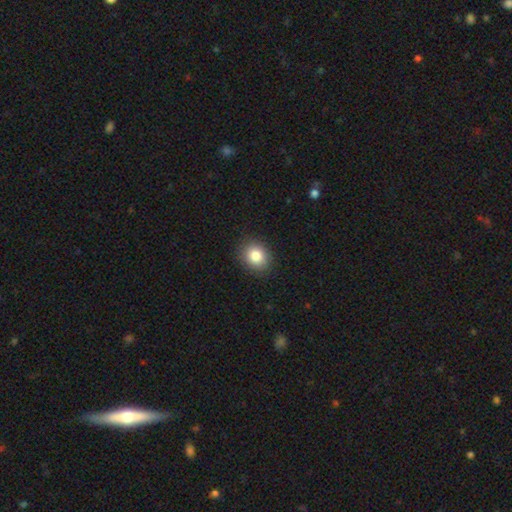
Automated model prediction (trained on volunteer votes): Smooth or featured? Predicted: smooth (p=0.84). How rounded? Predicted: round (p=0.61). Merging? Predicted: none (p=0.89).